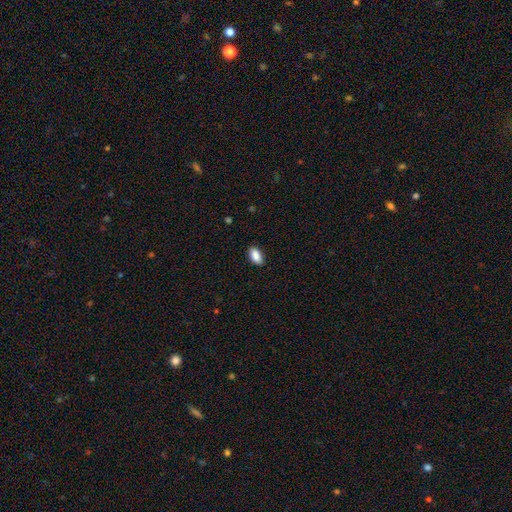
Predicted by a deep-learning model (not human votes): smooth-or-featured: smooth: 89% | star or artifact: 7% | featured or disk: 4%
  how-rounded: in between: 92% | cigar-shaped: 5% | round: 3%
  merging: none: 88% | minor disturbance: 9% | major disturbance: 2% | merger: 1%